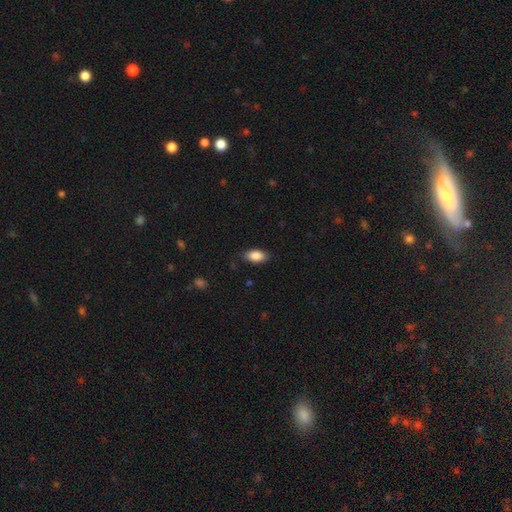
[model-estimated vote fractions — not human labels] Overall: smooth (87%). How rounded: in between (92%). Merging: none (81%).